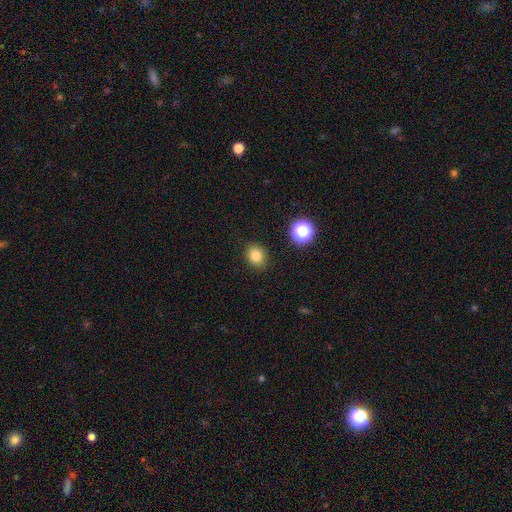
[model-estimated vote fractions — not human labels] Smooth or featured: smooth — 81% (star or artifact — 13%)
How rounded: round — 56% (in between — 43%)
Merging: none — 88% (minor disturbance — 8%)